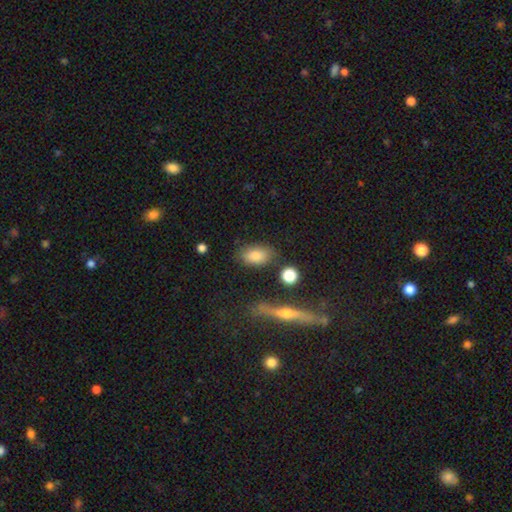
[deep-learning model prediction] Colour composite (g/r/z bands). It shows a smooth galaxy with no disk features (80%) that is in between round and cigar-shaped (87%). Merging: none (77%).